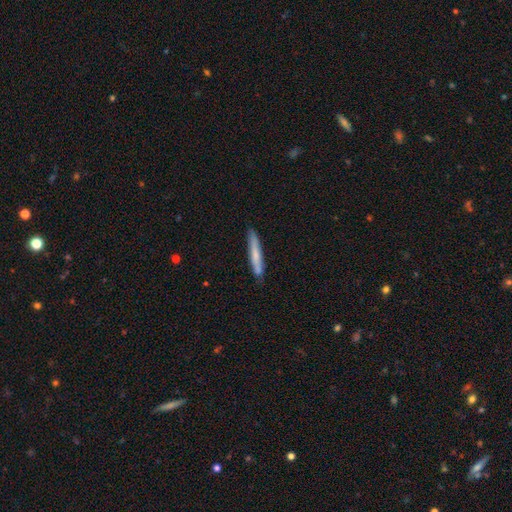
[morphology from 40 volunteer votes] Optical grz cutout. It shows a smooth galaxy with no disk features (70%) that is cigar-shaped (100%). Merging: none (56%).